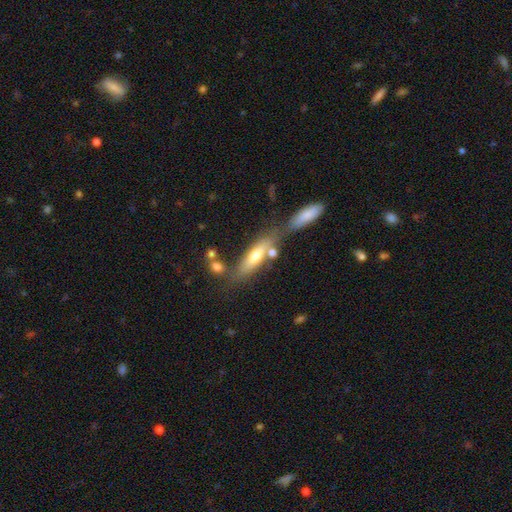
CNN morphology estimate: Overall: smooth (57%; featured or disk 35%). How rounded: cigar-shaped (58%; in between 40%). Merging: none (50%; merger 28%).